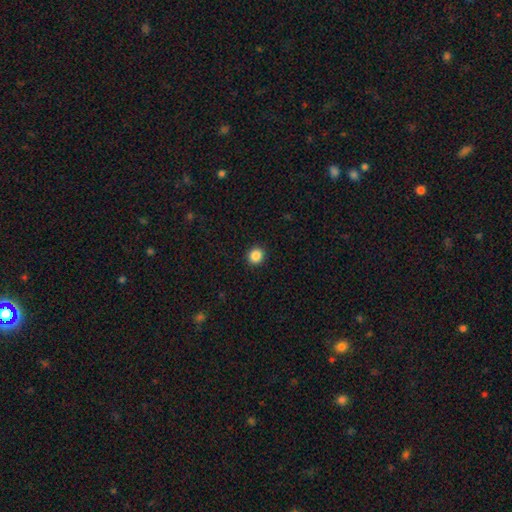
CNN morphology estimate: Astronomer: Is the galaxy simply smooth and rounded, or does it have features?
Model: smooth — 87%.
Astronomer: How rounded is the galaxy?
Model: round — 87%.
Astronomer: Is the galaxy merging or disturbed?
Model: none — 92%.